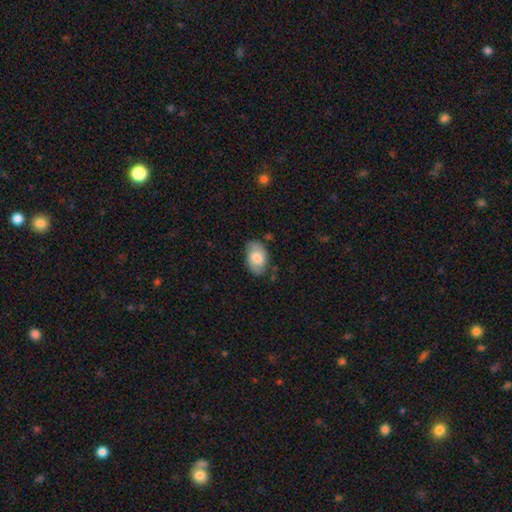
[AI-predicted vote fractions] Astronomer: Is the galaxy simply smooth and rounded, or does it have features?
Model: smooth — 68%.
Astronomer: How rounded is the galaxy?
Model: in between — 91%.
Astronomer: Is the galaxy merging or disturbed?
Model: none — 75%.